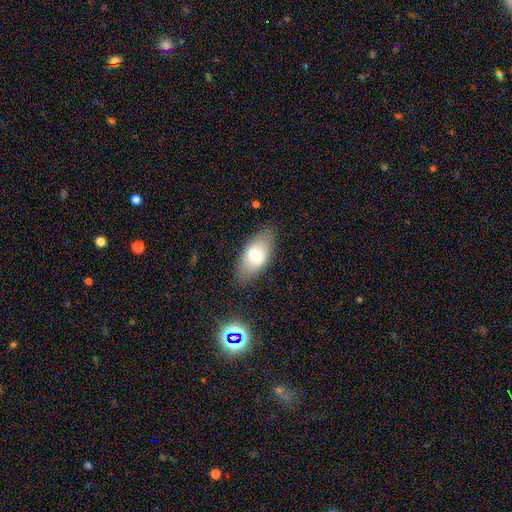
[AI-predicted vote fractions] Overall: smooth (69%). How rounded: in between (91%). Merging: none (82%).